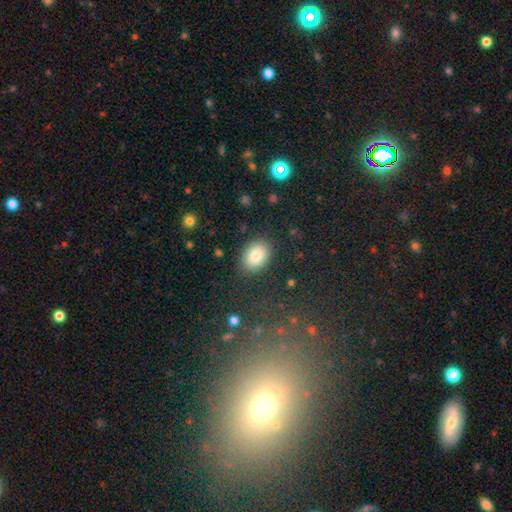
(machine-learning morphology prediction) smooth 84%, star or artifact 8%, featured or disk 8%. Down the decision tree: how rounded — in between (77%); merging — none (85%).